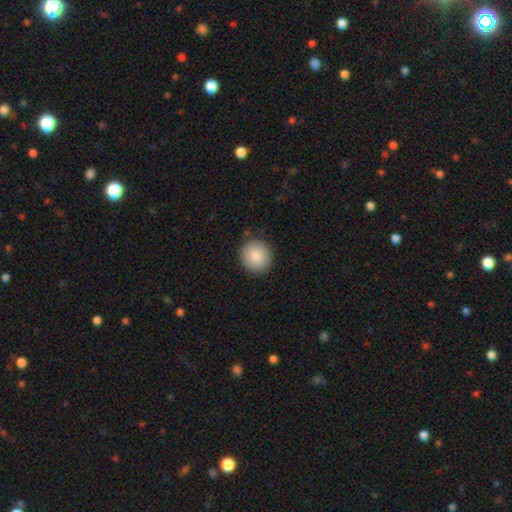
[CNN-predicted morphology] This appears to be a smooth galaxy with no disk features (87%) that is round (90%). Merging: none (88%).